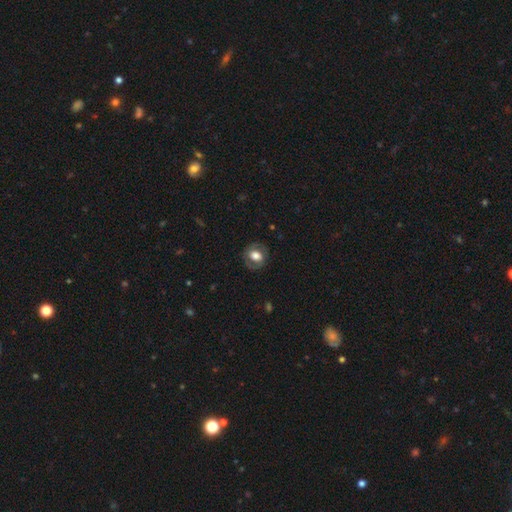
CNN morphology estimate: The model was most divided on "smooth or featured": smooth: 51%, featured or disk: 41%, star or artifact: 7%. More confident: merging — none (79%); how rounded — round (63%).